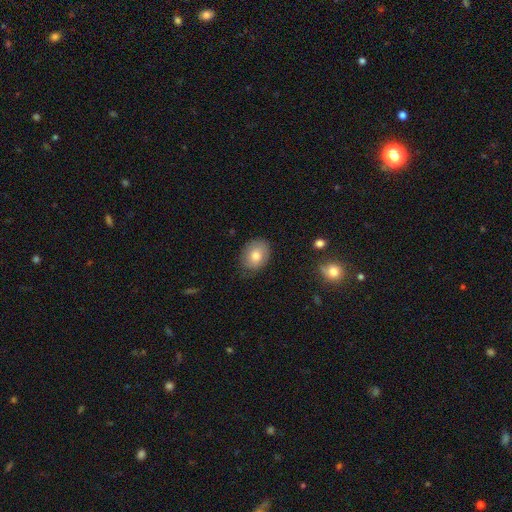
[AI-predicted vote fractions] Smooth or featured? smooth (75%)
How rounded? in between (60%)
Merging? none (76%)